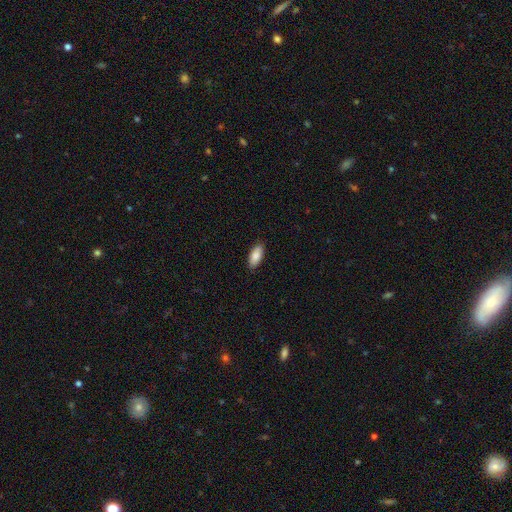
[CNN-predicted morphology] smooth 88%, featured or disk 6%, star or artifact 6%. Down the decision tree: how rounded — in between (87%); merging — none (88%).